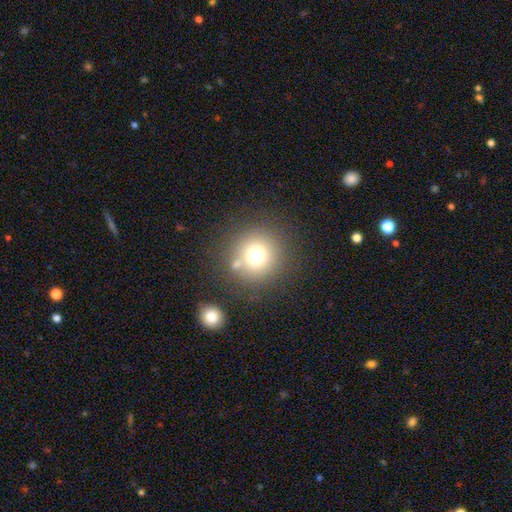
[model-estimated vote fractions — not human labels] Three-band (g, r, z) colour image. It shows a smooth galaxy with no disk features (72%) that is round (93%). Merging: none (75%).